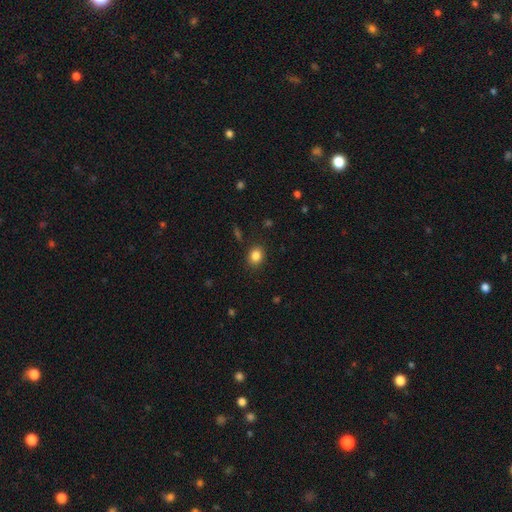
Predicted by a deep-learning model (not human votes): smooth 84%, star or artifact 11%, featured or disk 5%. Down the decision tree: how rounded — round (55%); merging — none (88%).